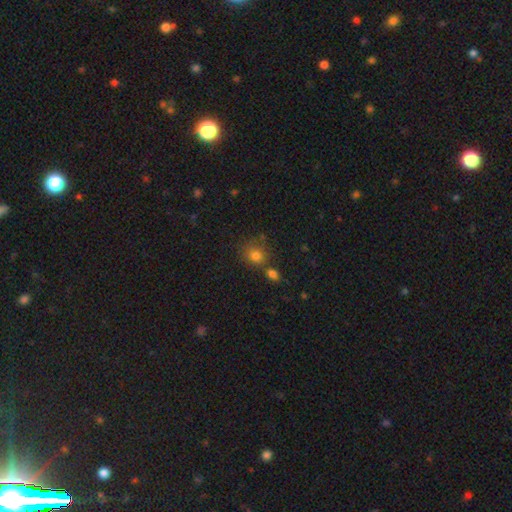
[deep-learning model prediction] This appears to be a smooth galaxy with no disk features (78%) that is round (72%). Merging: none (60%).